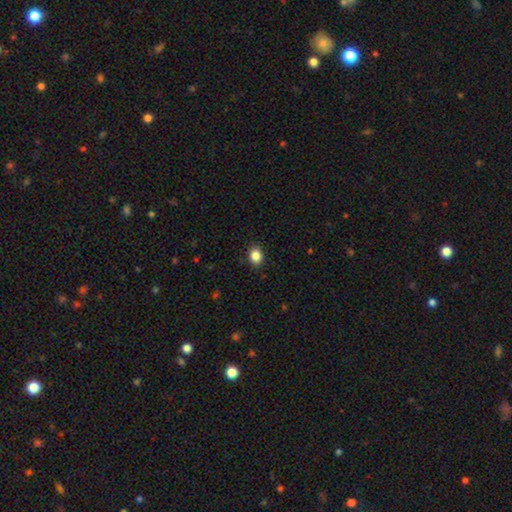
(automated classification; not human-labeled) A smooth galaxy with no disk features (86%) that is round (54%).

Vote fractions:
- Smooth or featured? smooth: 86% / star or artifact: 10% / featured or disk: 4%
- How rounded? round: 54% / in between: 46% / cigar-shaped: 1%
- Merging? none: 89% / minor disturbance: 8% / major disturbance: 2% / merger: 1%